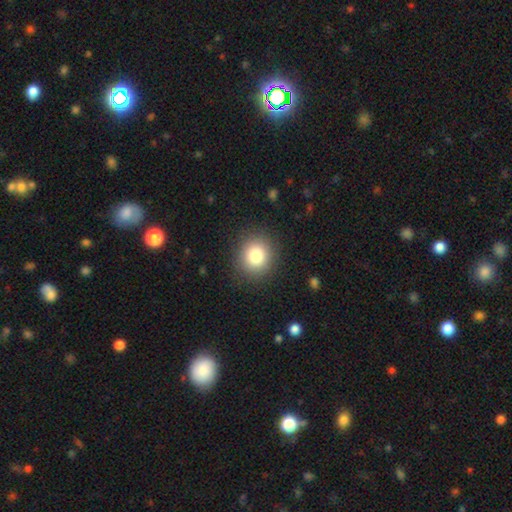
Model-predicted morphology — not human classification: A smooth galaxy with no disk features (81%) that is round (84%). Merging: none (89%).